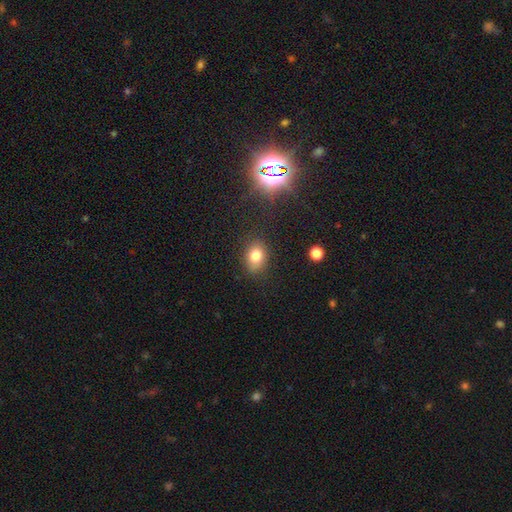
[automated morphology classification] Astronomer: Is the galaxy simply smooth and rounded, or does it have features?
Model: smooth — 79%.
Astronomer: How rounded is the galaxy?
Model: in between — 59% (runner-up: round, 40%).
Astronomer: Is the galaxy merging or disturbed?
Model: none — 80%.